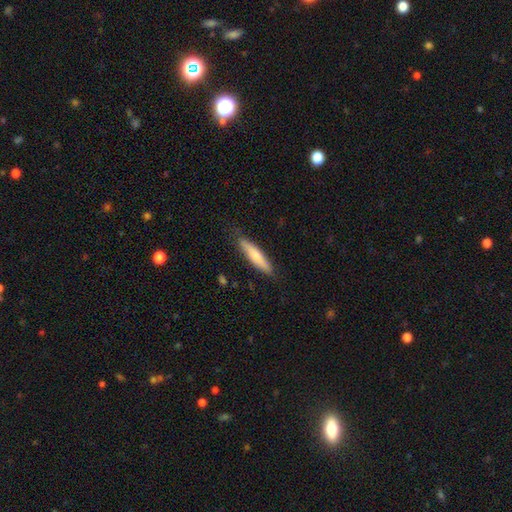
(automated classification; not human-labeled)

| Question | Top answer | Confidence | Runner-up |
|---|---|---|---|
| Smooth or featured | smooth | 66% | featured or disk (28%) |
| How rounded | cigar-shaped | 80% | in between (19%) |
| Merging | none | 81% | minor disturbance (15%) |